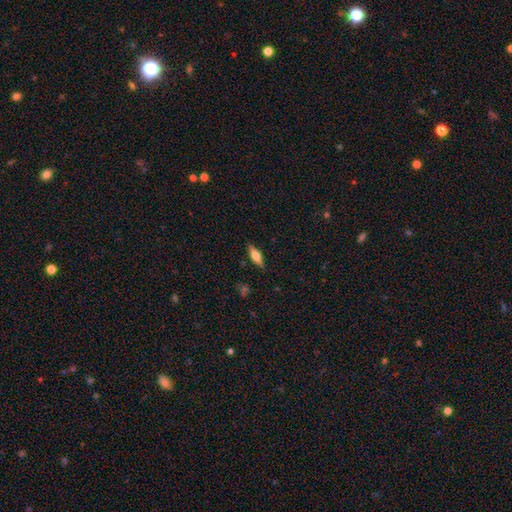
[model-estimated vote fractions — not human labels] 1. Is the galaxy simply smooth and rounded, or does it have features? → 53% smooth, 40% featured or disk, 7% star or artifact.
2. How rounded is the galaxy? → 53% in between, 44% cigar-shaped, 3% round.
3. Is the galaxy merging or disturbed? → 86% none, 10% minor disturbance, 2% major disturbance, 1% merger.